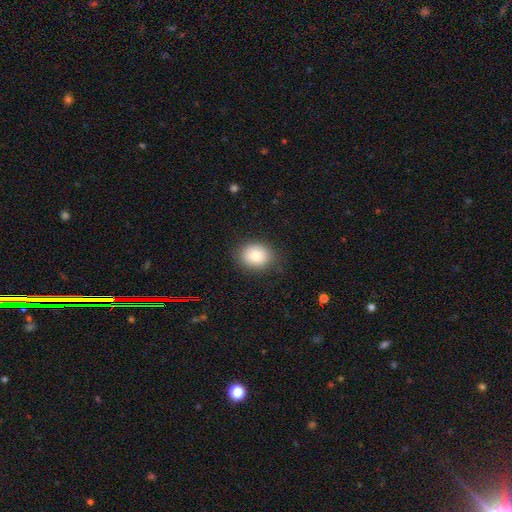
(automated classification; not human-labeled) Morphology: type=smooth (81%); roundness=round (62%); merging=none (81%).